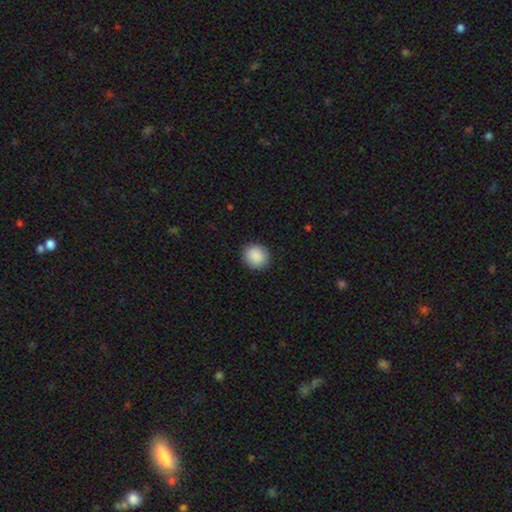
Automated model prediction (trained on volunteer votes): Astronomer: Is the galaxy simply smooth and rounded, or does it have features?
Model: smooth — 90%.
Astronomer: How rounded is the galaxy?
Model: round — 80%.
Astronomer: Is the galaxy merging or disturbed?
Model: none — 91%.